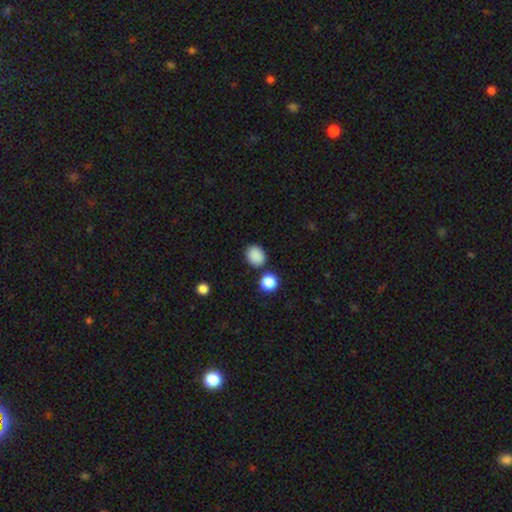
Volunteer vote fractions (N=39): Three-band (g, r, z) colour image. It shows a smooth galaxy with no disk features (87%) that is round (68%). Merging: none (74%).